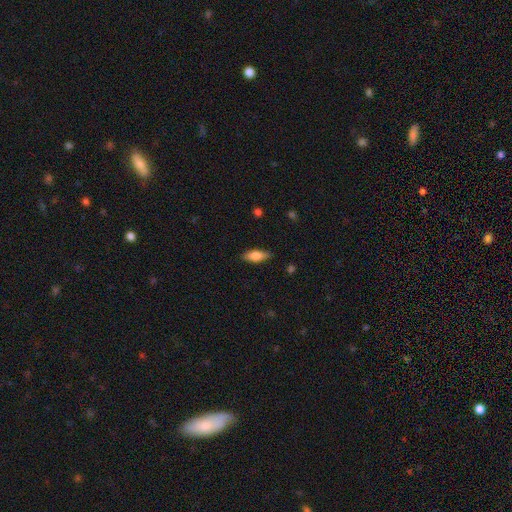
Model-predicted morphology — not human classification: type=smooth (73%); roundness=in between (68%); merging=none (84%).